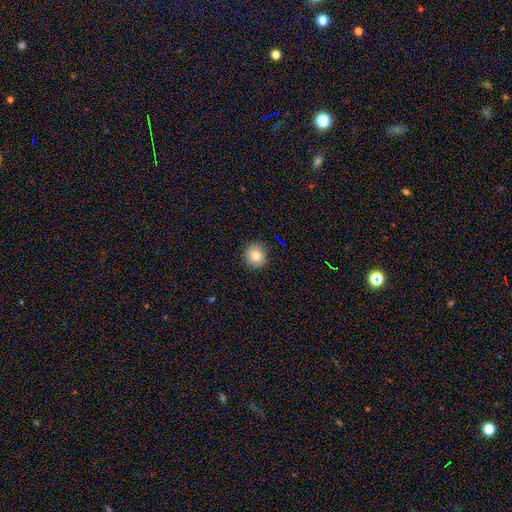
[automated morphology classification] This is clearly a smooth galaxy (82%). How rounded: clearly round (91%). Merging: clearly none (88%).